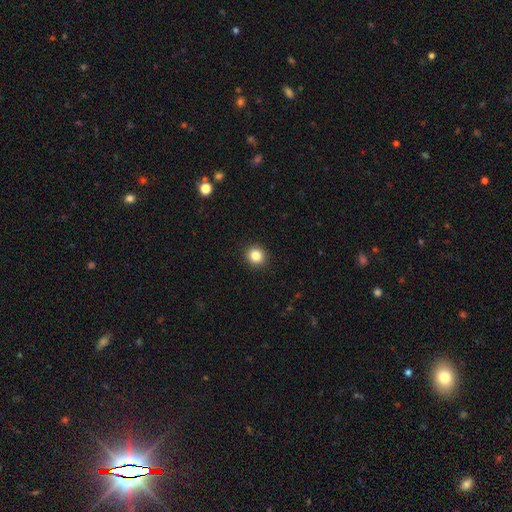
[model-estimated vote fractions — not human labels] Q: Smooth or featured?
A: smooth (84%); runner-up: star or artifact (11%)
Q: How rounded?
A: round (89%); runner-up: in between (10%)
Q: Merging?
A: none (93%); runner-up: minor disturbance (5%)